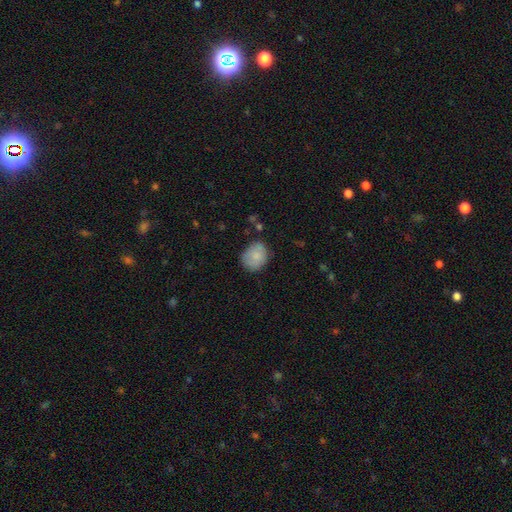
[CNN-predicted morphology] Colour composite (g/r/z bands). It shows a smooth galaxy with no disk features (81%) that is in between round and cigar-shaped (51%). Merging: none (67%).